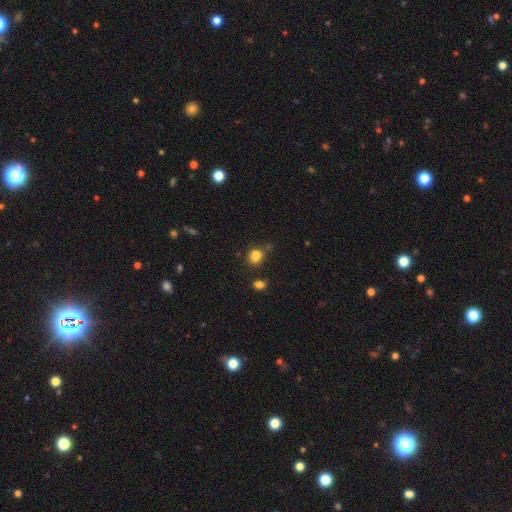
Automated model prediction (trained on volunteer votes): A smooth galaxy with no disk features (81%) that is round (54%). Merging: none (61%).